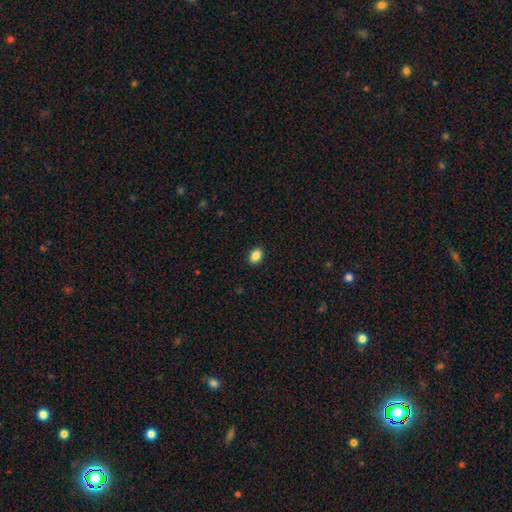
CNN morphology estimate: A smooth galaxy with no disk features (87%) that is in between round and cigar-shaped (71%).

Vote fractions:
- Smooth or featured? smooth: 87% / star or artifact: 9% / featured or disk: 4%
- How rounded? in between: 71% / round: 27% / cigar-shaped: 1%
- Merging? none: 91% / minor disturbance: 7% / major disturbance: 2% / merger: 1%